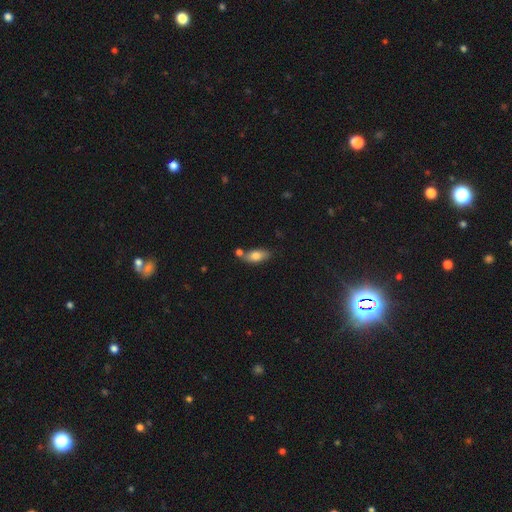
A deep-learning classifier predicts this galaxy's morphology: Smooth or featured: smooth — 77% (featured or disk — 16%)
How rounded: in between — 86% (cigar-shaped — 10%)
Merging: none — 64% (merger — 17%)